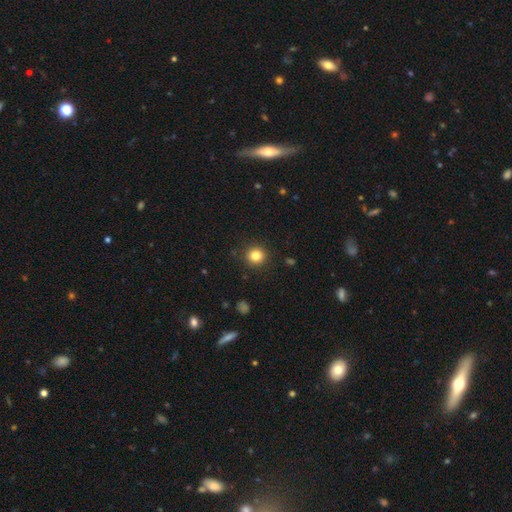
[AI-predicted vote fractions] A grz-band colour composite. It shows a smooth galaxy with no disk features (83%) that is round (92%). Merging: none (91%).